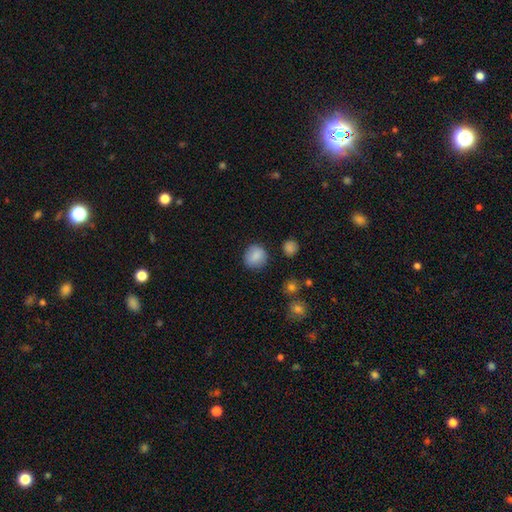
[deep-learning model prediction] smooth-or-featured: smooth: 84% | star or artifact: 9% | featured or disk: 7%
  how-rounded: round: 84% | in between: 15% | cigar-shaped: 1%
  merging: none: 84% | minor disturbance: 11% | major disturbance: 3% | merger: 2%